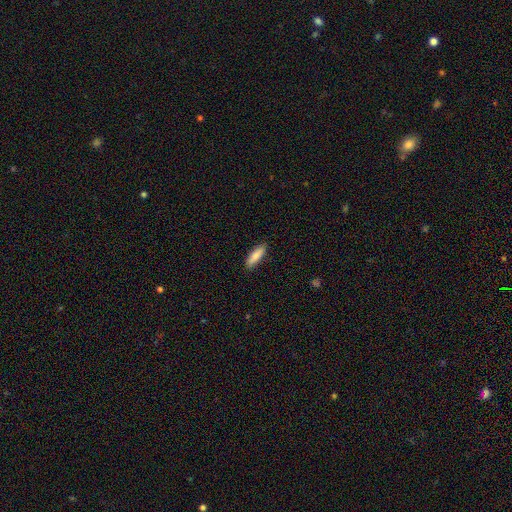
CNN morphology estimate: Smooth or featured?
  - smooth: 84% *
  - featured or disk: 10%
  - star or artifact: 6%
How rounded?
  - cigar-shaped: 53% *
  - in between: 45%
  - round: 2%
Merging?
  - none: 87% *
  - minor disturbance: 10%
  - major disturbance: 2%
  - merger: 1%